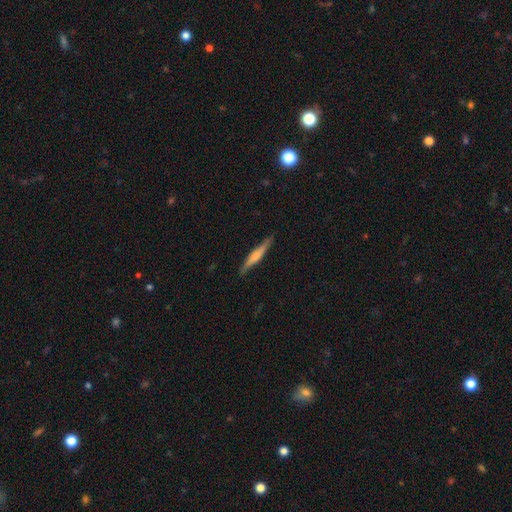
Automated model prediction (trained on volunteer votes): Q: Smooth or featured?
A: featured or disk (57%); runner-up: smooth (38%)
Q: Edge-on disk?
A: yes (95%); runner-up: no (5%)
Q: Edge-on bulge?
A: rounded (67%); runner-up: boxy (17%)
Q: Merging?
A: none (84%); runner-up: minor disturbance (12%)